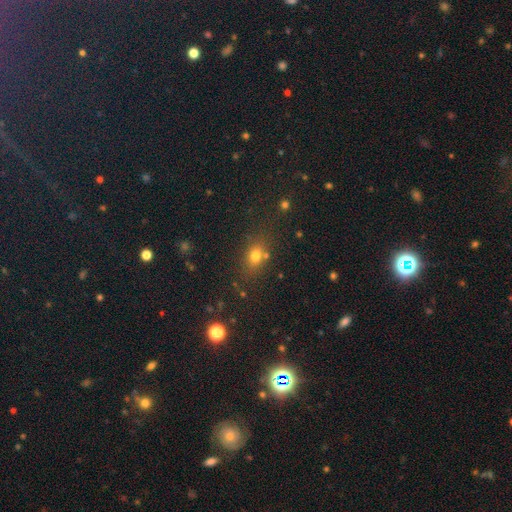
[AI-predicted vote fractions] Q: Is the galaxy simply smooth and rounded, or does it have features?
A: smooth — 71%.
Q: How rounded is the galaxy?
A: in between — 58%.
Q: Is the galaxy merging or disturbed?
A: none — 71%.